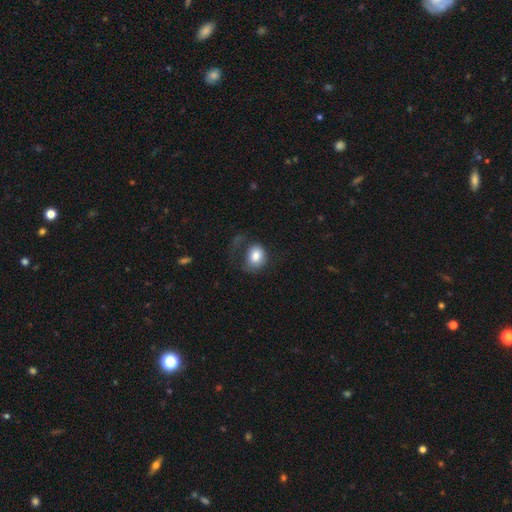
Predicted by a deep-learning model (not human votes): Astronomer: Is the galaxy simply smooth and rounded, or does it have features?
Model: smooth — 78%.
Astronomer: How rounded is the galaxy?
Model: round — 50% (runner-up: in between, 49%).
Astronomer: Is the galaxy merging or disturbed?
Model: none — 39% (runner-up: major disturbance, 36%).